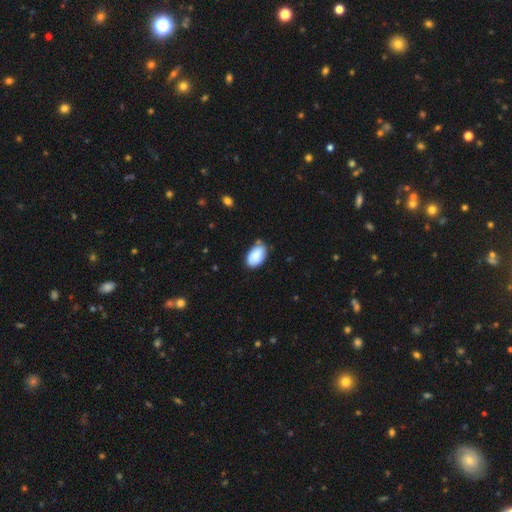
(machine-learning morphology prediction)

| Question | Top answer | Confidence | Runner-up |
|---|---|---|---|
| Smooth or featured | smooth | 86% | featured or disk (8%) |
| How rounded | in between | 93% | round (6%) |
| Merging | none | 66% | minor disturbance (27%) |